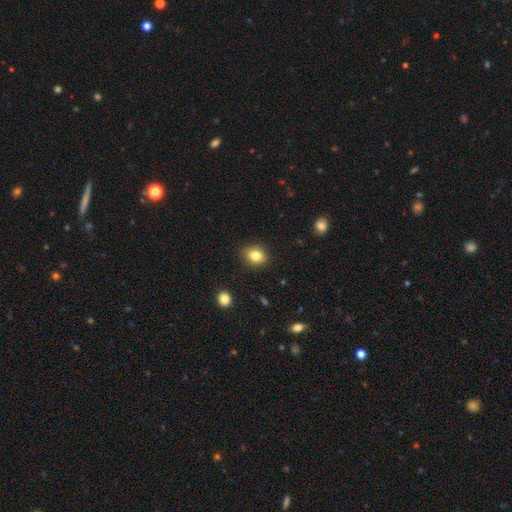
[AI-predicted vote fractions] smooth 81%, star or artifact 10%, featured or disk 8%. Down the decision tree: how rounded — in between (50%); merging — none (86%).